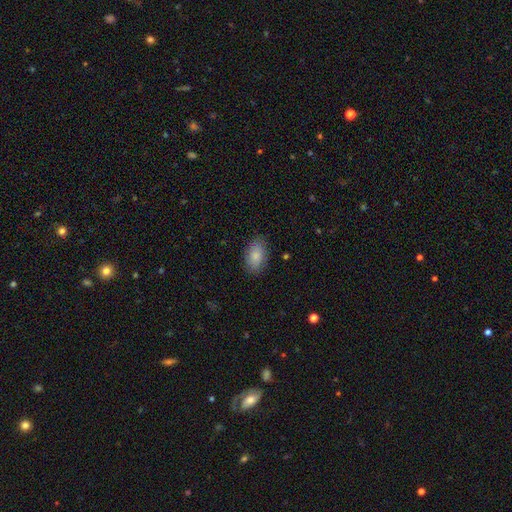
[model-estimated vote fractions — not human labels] Morphology: type=smooth (86%); roundness=in between (92%); merging=none (84%).